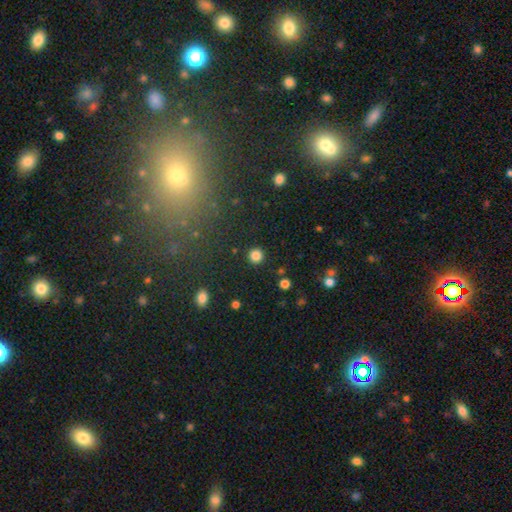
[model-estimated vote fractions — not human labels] Morphology: type=smooth (84%); roundness=round (94%); merging=none (92%).